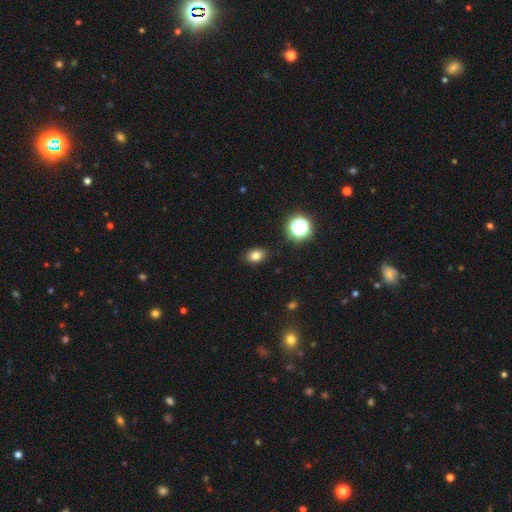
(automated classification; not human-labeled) Morphology: type=smooth (79%); roundness=in between (70%); merging=none (88%).